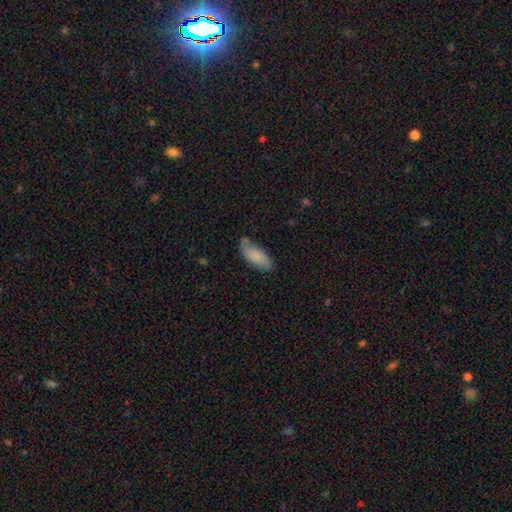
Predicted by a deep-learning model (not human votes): Smooth or featured: smooth — 79% (featured or disk — 15%)
How rounded: in between — 80% (cigar-shaped — 18%)
Merging: none — 68% (minor disturbance — 24%)